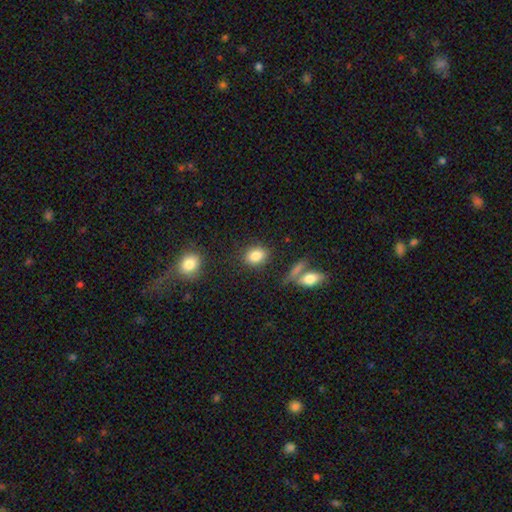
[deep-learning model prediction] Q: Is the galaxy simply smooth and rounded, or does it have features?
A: smooth — 84%.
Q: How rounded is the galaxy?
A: in between — 63%.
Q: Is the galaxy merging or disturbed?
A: none — 80%.